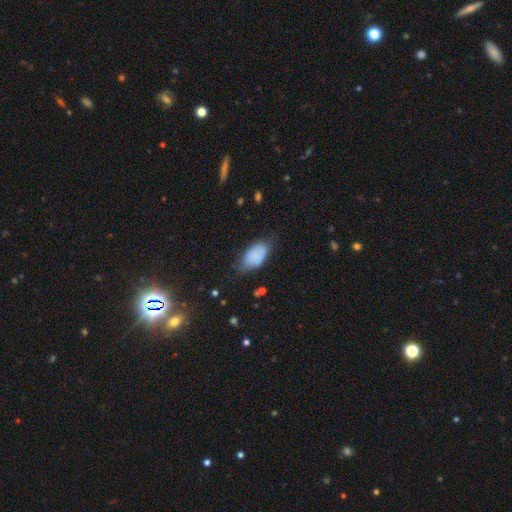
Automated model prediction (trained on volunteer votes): Morphology: type=smooth (82%); roundness=in between (93%); merging=none (58%).